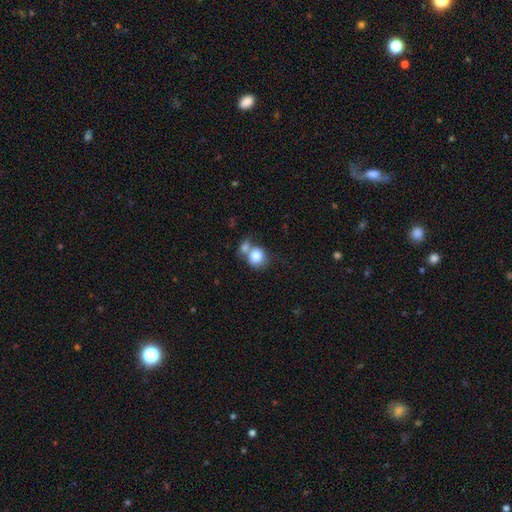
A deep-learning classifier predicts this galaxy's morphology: This appears to be a smooth galaxy with no disk features (81%) that is round (75%). Merging: merger (46%).